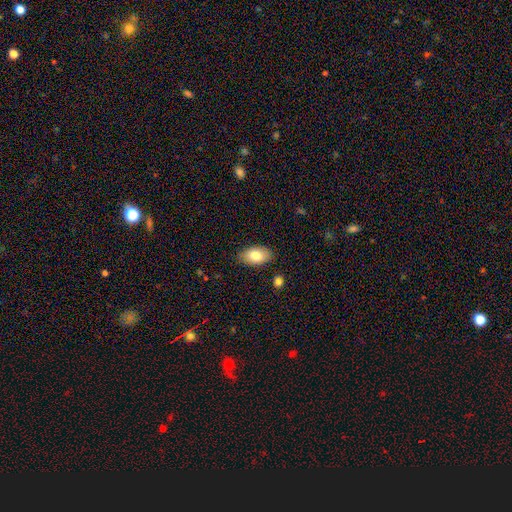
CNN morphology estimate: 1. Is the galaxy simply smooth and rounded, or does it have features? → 81% smooth, 12% featured or disk, 7% star or artifact.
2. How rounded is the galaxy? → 93% in between, 6% round, 2% cigar-shaped.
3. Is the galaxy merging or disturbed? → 85% none, 11% minor disturbance, 2% major disturbance, 2% merger.